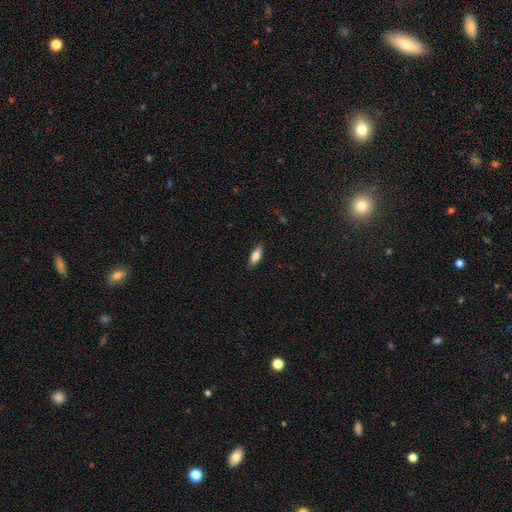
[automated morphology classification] smooth_or_featured: smooth (p=0.83) [alt: featured or disk p=0.11]
how_rounded: in between (p=0.69) [alt: cigar-shaped p=0.29]
merging: none (p=0.86) [alt: minor disturbance p=0.11]